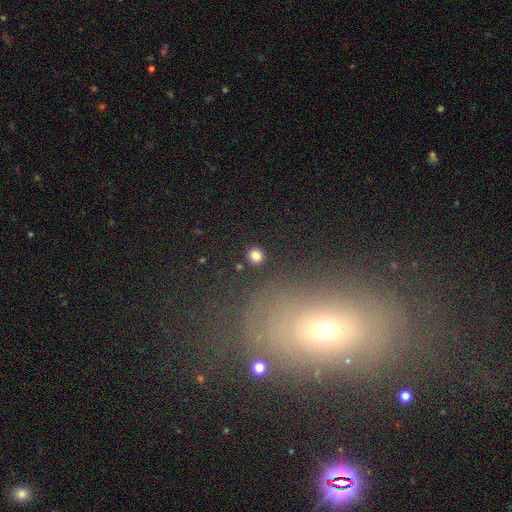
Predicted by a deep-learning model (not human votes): Smooth or featured? smooth (82%)
How rounded? round (89%)
Merging? none (90%)